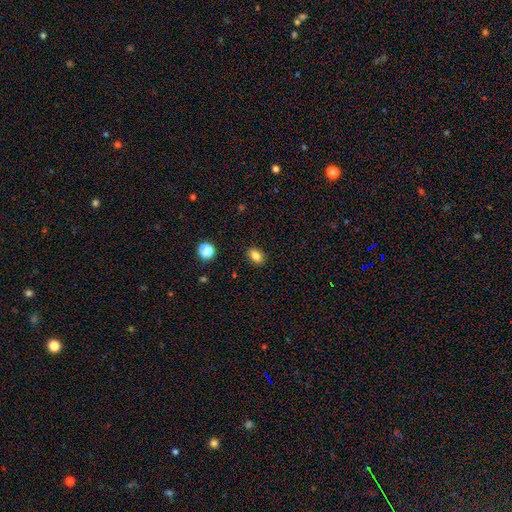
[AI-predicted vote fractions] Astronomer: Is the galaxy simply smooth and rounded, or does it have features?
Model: smooth — 83%.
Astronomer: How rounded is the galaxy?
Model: in between — 81%.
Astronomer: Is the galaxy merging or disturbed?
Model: none — 87%.